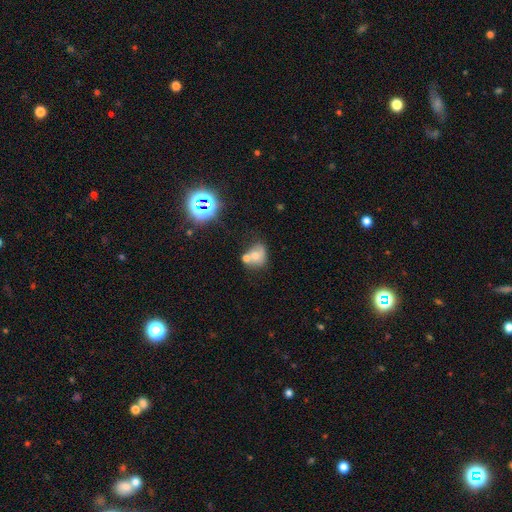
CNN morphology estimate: Smooth or featured? Predicted: smooth (p=0.55). How rounded? Predicted: round (p=0.58). Merging? Predicted: merger (p=0.50).